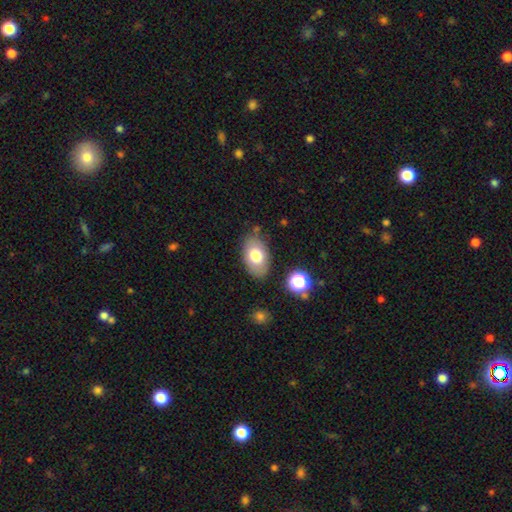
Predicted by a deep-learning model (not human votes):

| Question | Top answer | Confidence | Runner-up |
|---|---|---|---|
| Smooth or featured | smooth | 74% | featured or disk (18%) |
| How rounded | in between | 89% | round (9%) |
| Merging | none | 78% | minor disturbance (14%) |